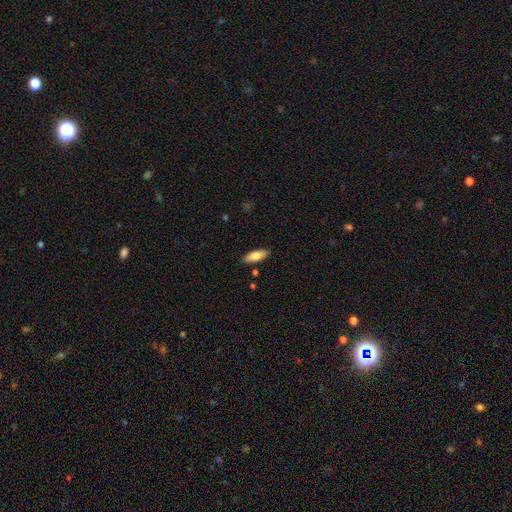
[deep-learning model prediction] smooth 80%, featured or disk 13%, star or artifact 6%. Down the decision tree: how rounded — in between (70%); merging — none (86%).